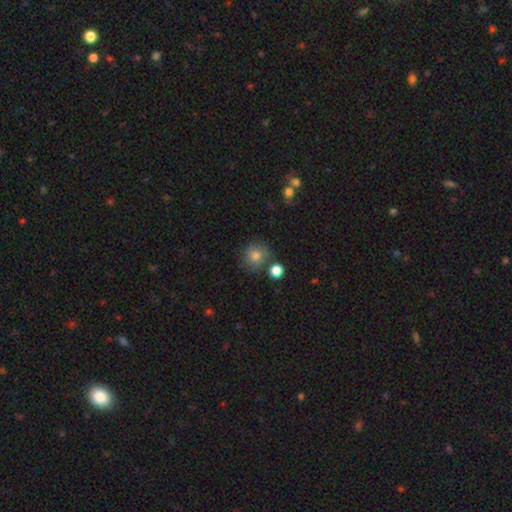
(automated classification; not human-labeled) This appears to be a smooth galaxy with no disk features (80%) that is round (88%). Merging: none (75%).